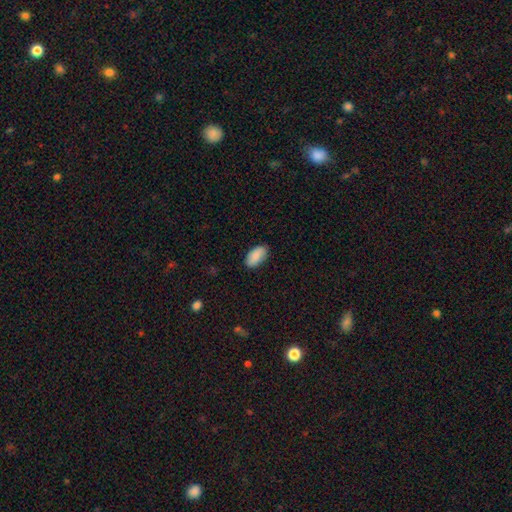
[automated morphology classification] This is clearly a smooth galaxy (86%). How rounded: clearly in between (94%). Merging: clearly none (84%).